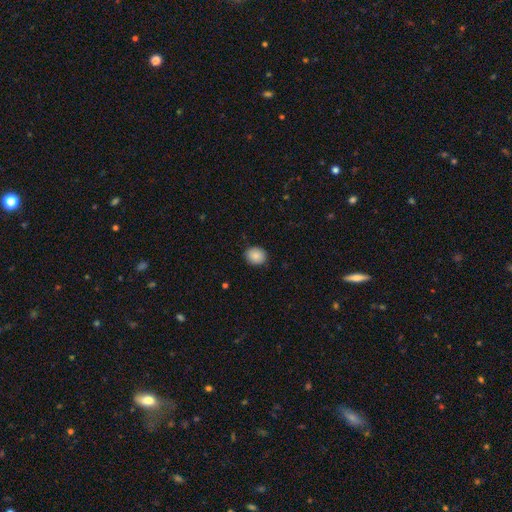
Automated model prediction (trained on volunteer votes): A smooth galaxy with no disk features (88%) that is round (61%). Merging: none (88%).